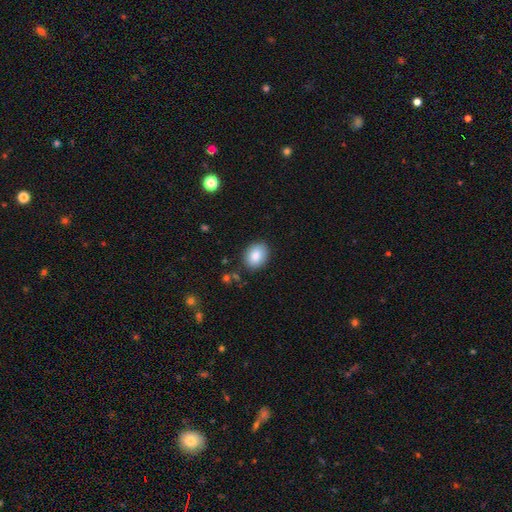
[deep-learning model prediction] Smooth or featured? Predicted: smooth (p=0.85). How rounded? Predicted: in between (p=0.66). Merging? Predicted: none (p=0.87).